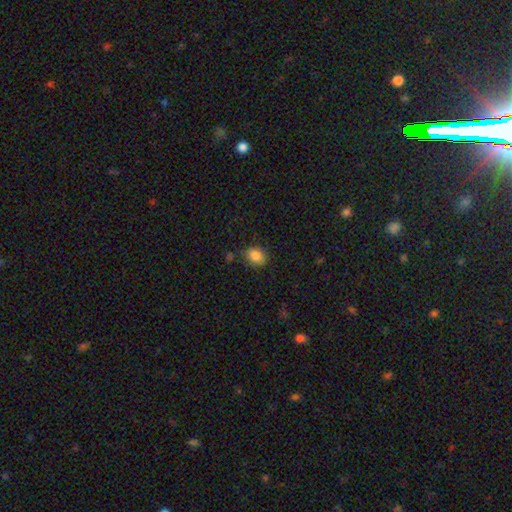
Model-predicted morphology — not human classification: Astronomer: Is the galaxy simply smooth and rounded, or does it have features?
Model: smooth — 84%.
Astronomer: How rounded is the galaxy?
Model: in between — 56% (runner-up: round, 42%).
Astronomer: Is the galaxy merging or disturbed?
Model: none — 80%.